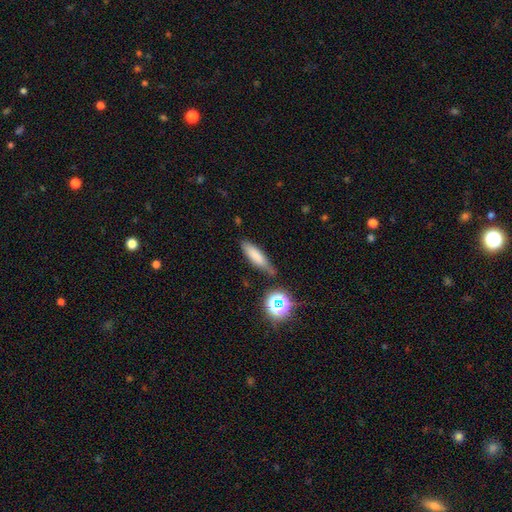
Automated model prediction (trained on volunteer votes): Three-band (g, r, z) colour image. It shows a smooth galaxy with no disk features (75%) that is cigar-shaped (67%). Merging: none (66%).